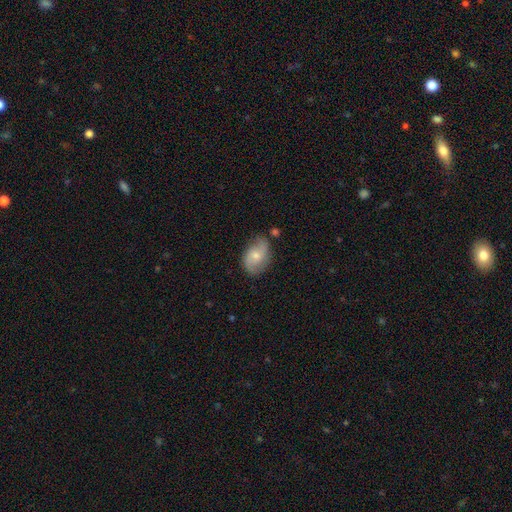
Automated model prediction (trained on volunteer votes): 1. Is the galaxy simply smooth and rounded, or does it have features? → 52% featured or disk, 40% smooth, 7% star or artifact.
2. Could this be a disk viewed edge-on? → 96% no, 4% yes.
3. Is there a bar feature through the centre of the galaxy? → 67% no, 28% weak, 5% strong.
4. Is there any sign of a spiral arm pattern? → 84% yes, 16% no.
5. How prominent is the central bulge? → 50% small, 45% moderate, 2% none, 2% large, 1% dominant.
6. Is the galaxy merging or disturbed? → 64% none, 26% minor disturbance, 7% major disturbance, 4% merger.